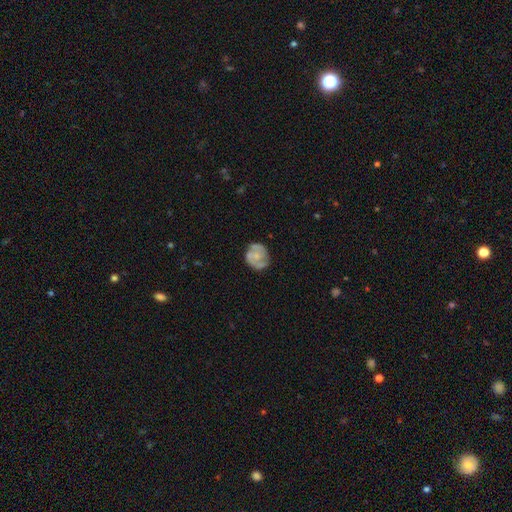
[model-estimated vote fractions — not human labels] A featured or disk galaxy (61%) with no bar (74%), spiral arms (72%) and a small central bulge (52%). Merging: none (67%).